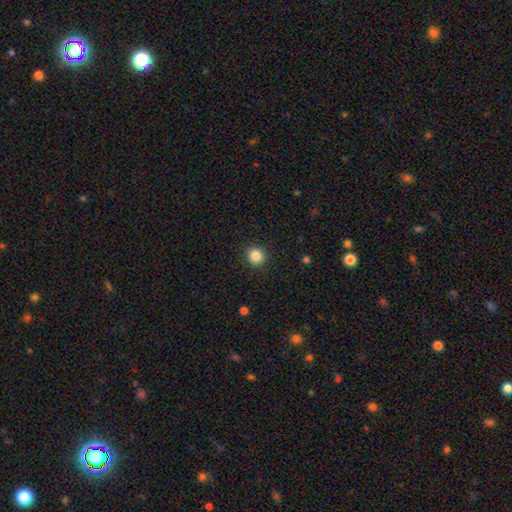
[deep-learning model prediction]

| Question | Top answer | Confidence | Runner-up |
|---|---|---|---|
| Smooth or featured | smooth | 85% | star or artifact (11%) |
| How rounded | round | 90% | in between (9%) |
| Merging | none | 92% | minor disturbance (5%) |